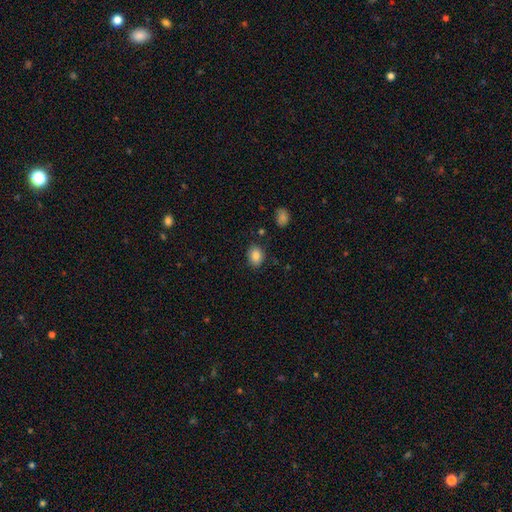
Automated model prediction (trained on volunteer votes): A smooth galaxy with no disk features (85%) that is in between round and cigar-shaped (61%).

Vote fractions:
- Smooth or featured? smooth: 85% / star or artifact: 9% / featured or disk: 6%
- How rounded? in between: 61% / round: 38% / cigar-shaped: 1%
- Merging? none: 84% / minor disturbance: 11% / major disturbance: 3% / merger: 2%